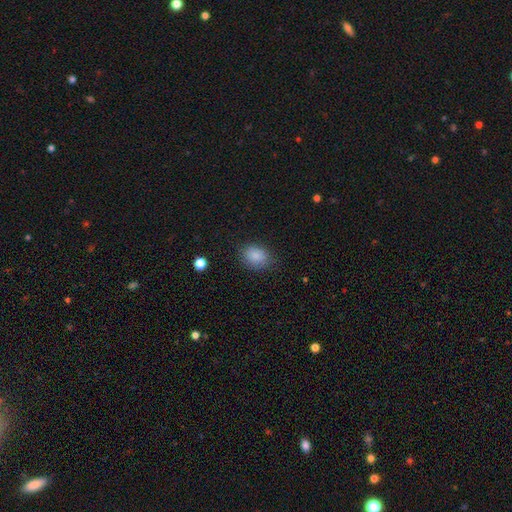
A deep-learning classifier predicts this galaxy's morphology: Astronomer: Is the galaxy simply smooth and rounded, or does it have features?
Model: smooth — 86%.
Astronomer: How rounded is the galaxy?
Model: in between — 61% (runner-up: round, 38%).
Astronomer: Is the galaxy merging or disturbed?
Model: none — 78%.